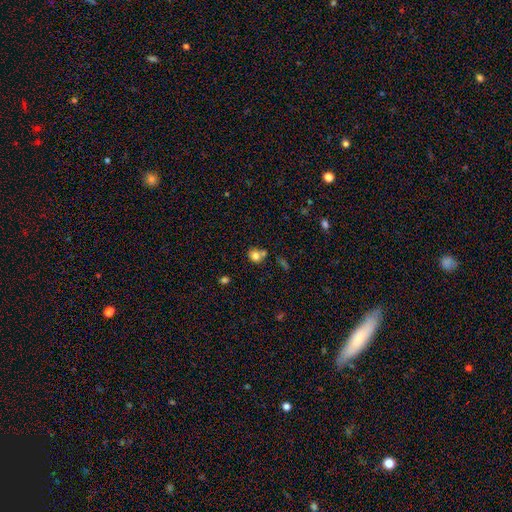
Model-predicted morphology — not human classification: Smooth or featured: smooth — 79% (star or artifact — 11%)
How rounded: round — 72% (in between — 27%)
Merging: none — 55% (merger — 26%)